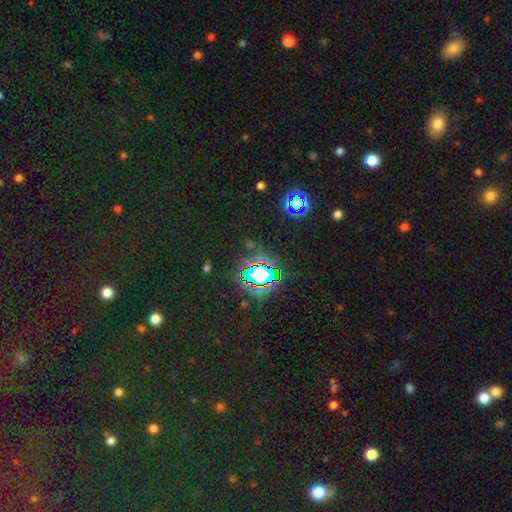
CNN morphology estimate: smooth-or-featured: star or artifact: 82% | smooth: 11% | featured or disk: 7%